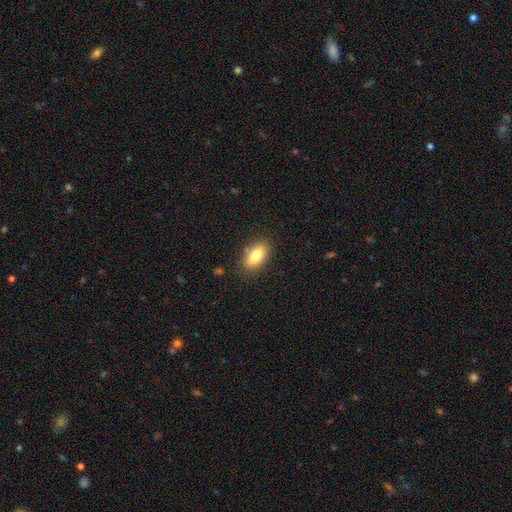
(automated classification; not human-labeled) Q: Smooth or featured?
A: smooth (82%); runner-up: featured or disk (10%)
Q: How rounded?
A: in between (90%); runner-up: cigar-shaped (5%)
Q: Merging?
A: none (84%); runner-up: minor disturbance (11%)